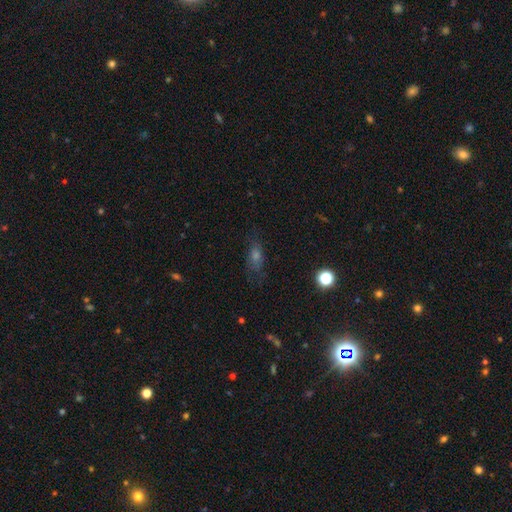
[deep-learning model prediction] This is marginally a smooth galaxy (41%). Merging: likely none (70%).